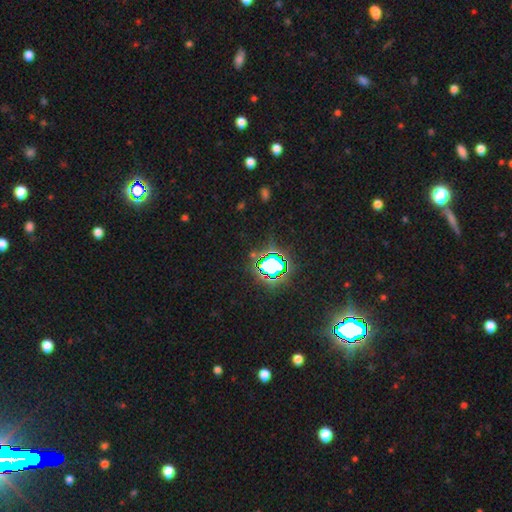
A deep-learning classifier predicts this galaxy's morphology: smooth-or-featured: star or artifact: 78% | smooth: 15% | featured or disk: 8%